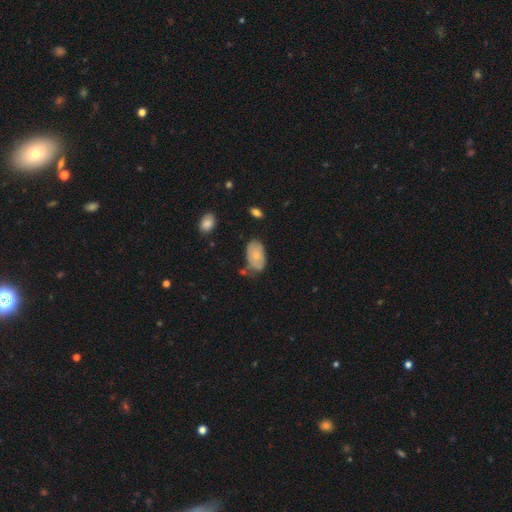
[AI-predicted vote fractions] Smooth or featured?
  - smooth: 70% *
  - featured or disk: 24%
  - star or artifact: 7%
How rounded?
  - in between: 93% *
  - round: 6%
  - cigar-shaped: 2%
Merging?
  - none: 56% *
  - minor disturbance: 30%
  - major disturbance: 8%
  - merger: 6%